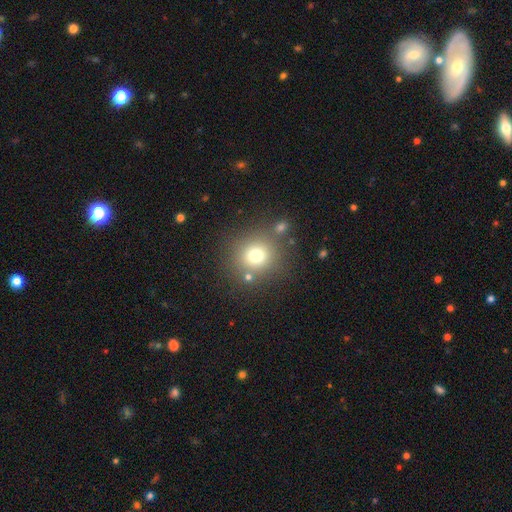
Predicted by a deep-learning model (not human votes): smooth_or_featured: smooth (p=0.73) [alt: star or artifact p=0.15]
how_rounded: round (p=0.88) [alt: in between p=0.11]
merging: none (p=0.77) [alt: minor disturbance p=0.10]